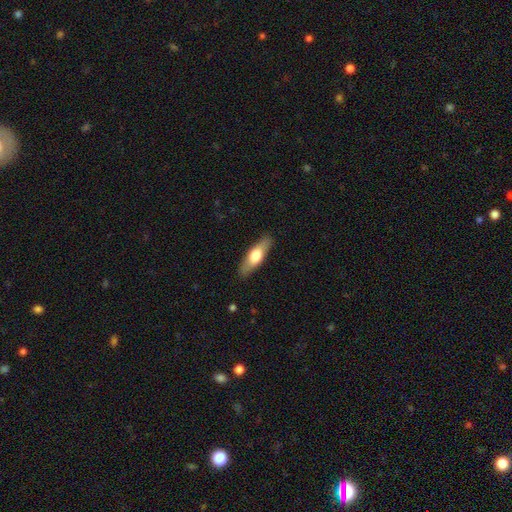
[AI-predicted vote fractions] This appears to be a smooth galaxy with no disk features (58%) that is cigar-shaped (52%). Merging: none (87%).